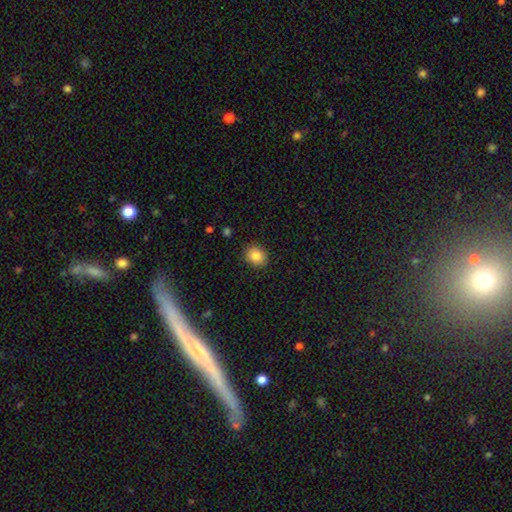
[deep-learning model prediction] smooth 86%, star or artifact 9%, featured or disk 6%. Down the decision tree: how rounded — round (61%); merging — none (90%).